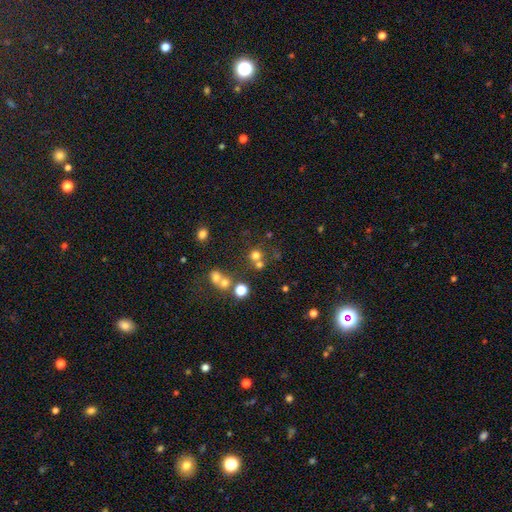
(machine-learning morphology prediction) type=smooth (66%); roundness=round (89%); merging=none (59%).